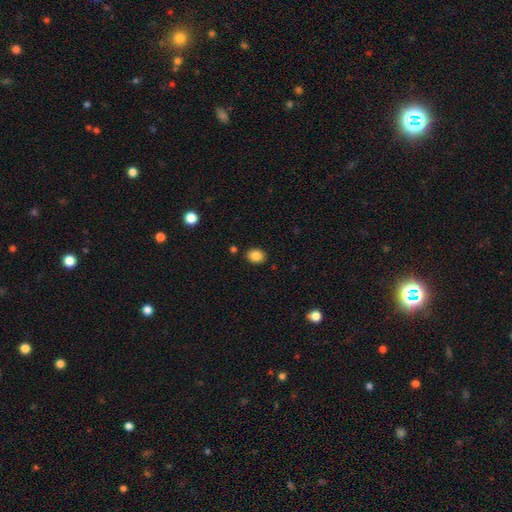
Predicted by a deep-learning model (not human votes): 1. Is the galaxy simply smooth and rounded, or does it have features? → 86% smooth, 9% star or artifact, 5% featured or disk.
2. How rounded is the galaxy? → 52% in between, 47% round, 1% cigar-shaped.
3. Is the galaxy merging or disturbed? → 87% none, 8% minor disturbance, 2% merger, 2% major disturbance.